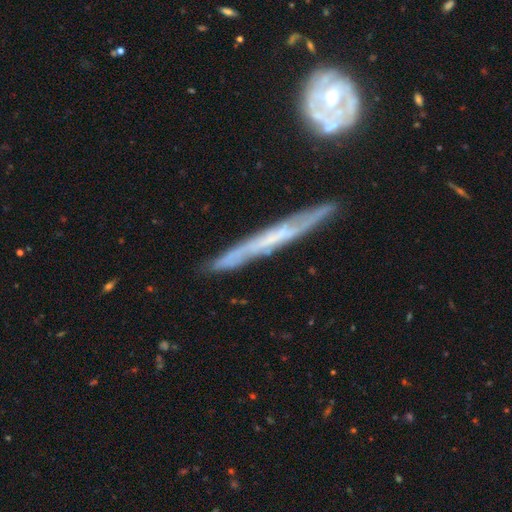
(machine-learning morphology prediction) Smooth or featured? featured or disk (69%)
Edge-on disk? yes (86%)
Edge-on bulge? none (80%)
Merging? none (80%)